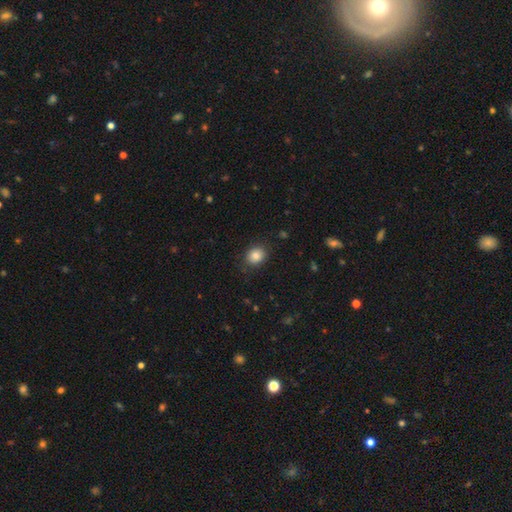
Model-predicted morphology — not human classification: Smooth or featured? Predicted: smooth (p=0.85). How rounded? Predicted: round (p=0.63). Merging? Predicted: none (p=0.84).